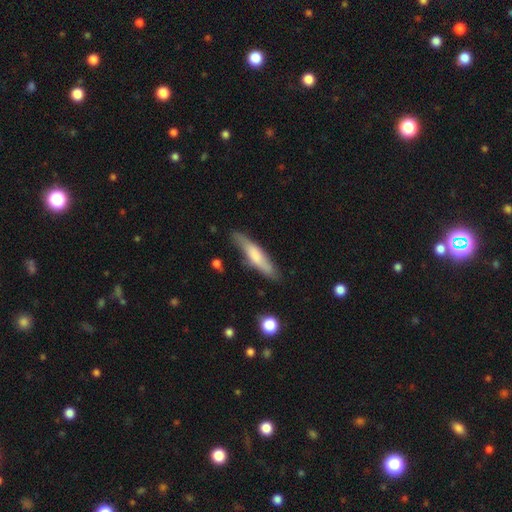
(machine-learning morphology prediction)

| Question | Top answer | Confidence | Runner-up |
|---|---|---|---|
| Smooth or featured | smooth | 61% | featured or disk (33%) |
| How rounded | cigar-shaped | 82% | in between (16%) |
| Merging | none | 78% | minor disturbance (17%) |